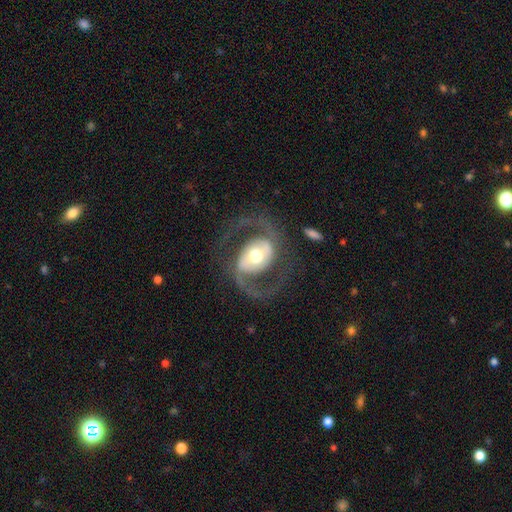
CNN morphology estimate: featured or disk 88%, smooth 8%, star or artifact 4%. Down the decision tree: edge-on disk — no (97%); bar — no (42%); spiral arms — yes (92%); spiral arm count — 2 (93%); spiral winding — medium (55%); bulge size — moderate (65%); merging — none (74%).